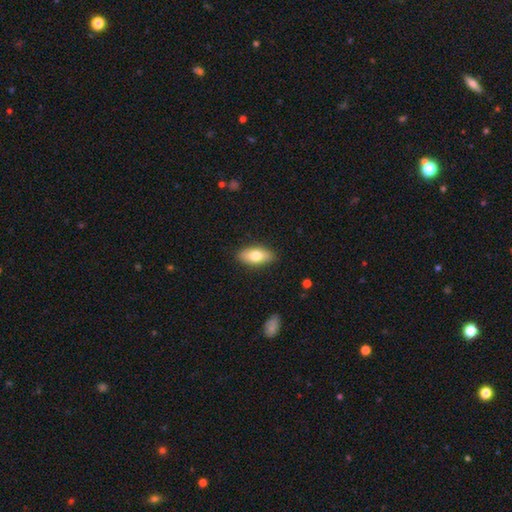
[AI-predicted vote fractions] Smooth or featured? Predicted: smooth (p=0.75). How rounded? Predicted: in between (p=0.86). Merging? Predicted: none (p=0.88).